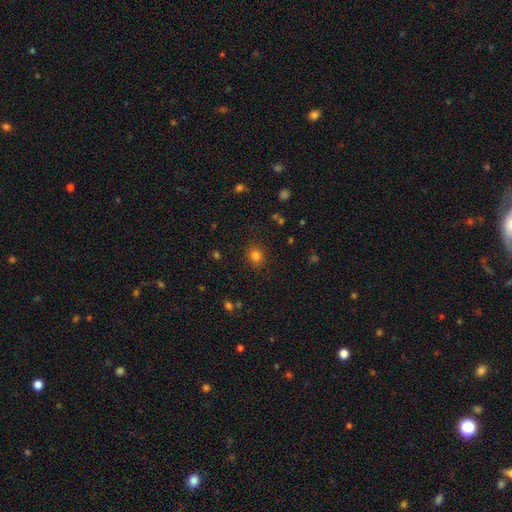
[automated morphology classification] Smooth or featured? smooth (81%)
How rounded? round (80%)
Merging? none (88%)